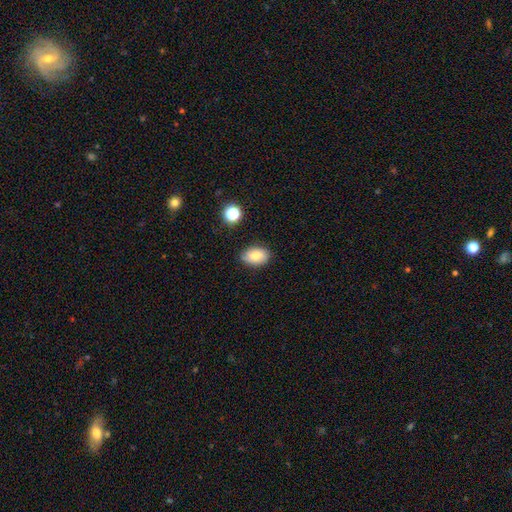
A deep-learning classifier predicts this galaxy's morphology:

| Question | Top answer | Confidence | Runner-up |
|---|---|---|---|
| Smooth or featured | smooth | 73% | featured or disk (17%) |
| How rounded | in between | 84% | round (15%) |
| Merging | none | 80% | minor disturbance (15%) |